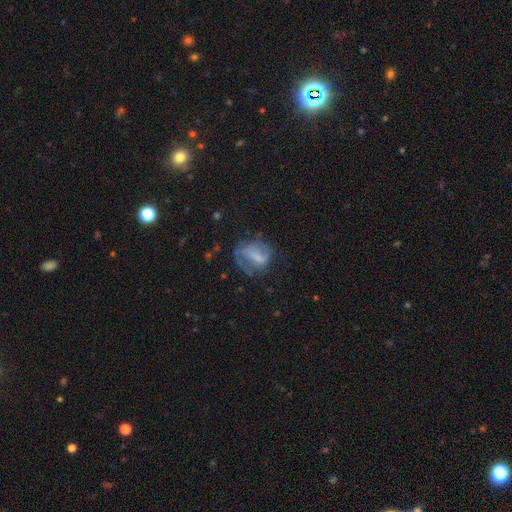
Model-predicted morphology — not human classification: Smooth or featured? smooth (48%)
Merging? none (40%)